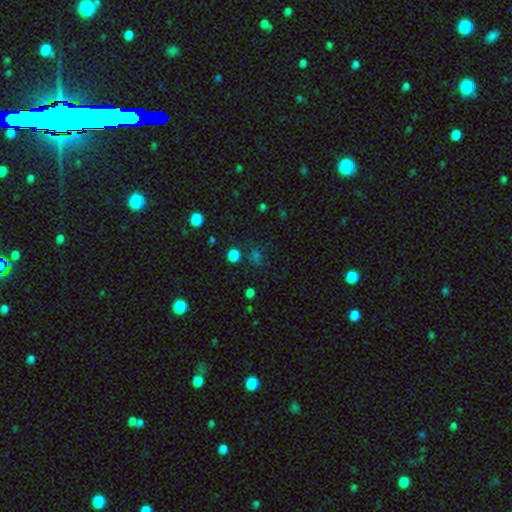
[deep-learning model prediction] The model was most divided on "smooth or featured": smooth: 50%, star or artifact: 44%, featured or disk: 6%. More confident: how rounded — round (79%); merging — none (77%).